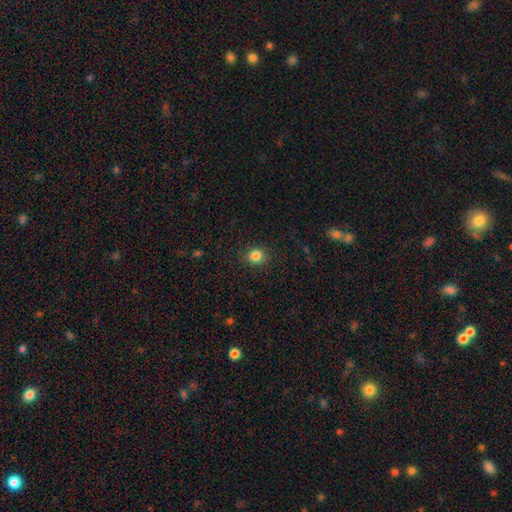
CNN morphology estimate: smooth 84%, star or artifact 11%, featured or disk 5%. Down the decision tree: how rounded — round (74%); merging — none (88%).